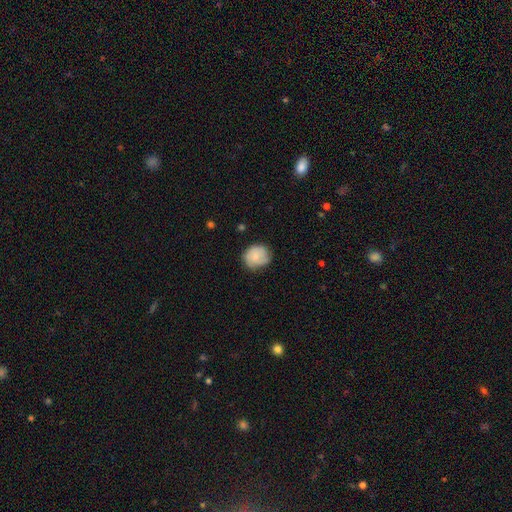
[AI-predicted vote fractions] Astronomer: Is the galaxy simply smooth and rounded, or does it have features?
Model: smooth — 71%.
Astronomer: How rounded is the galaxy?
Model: round — 77%.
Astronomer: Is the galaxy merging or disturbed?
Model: none — 68%.